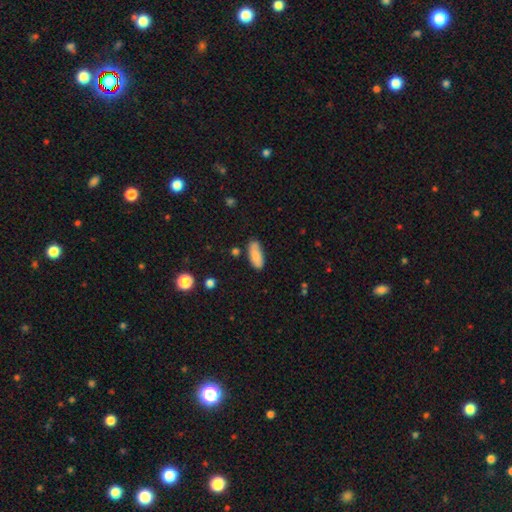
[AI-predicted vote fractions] Morphology: type=smooth (83%); roundness=in between (81%); merging=none (77%).